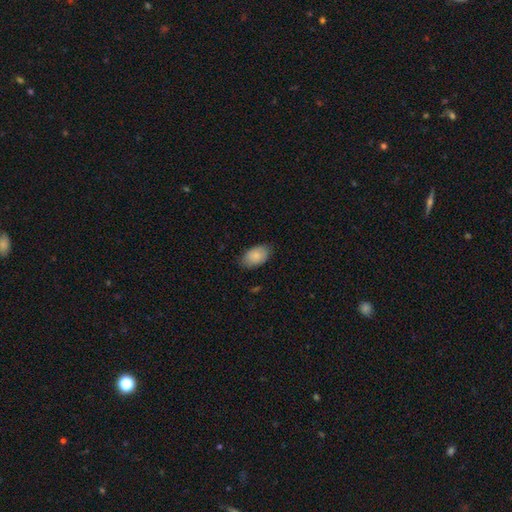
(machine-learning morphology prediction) Smooth or featured?
  - smooth: 85% *
  - featured or disk: 9%
  - star or artifact: 6%
How rounded?
  - in between: 92% *
  - round: 7%
  - cigar-shaped: 1%
Merging?
  - none: 80% *
  - minor disturbance: 16%
  - major disturbance: 3%
  - merger: 1%